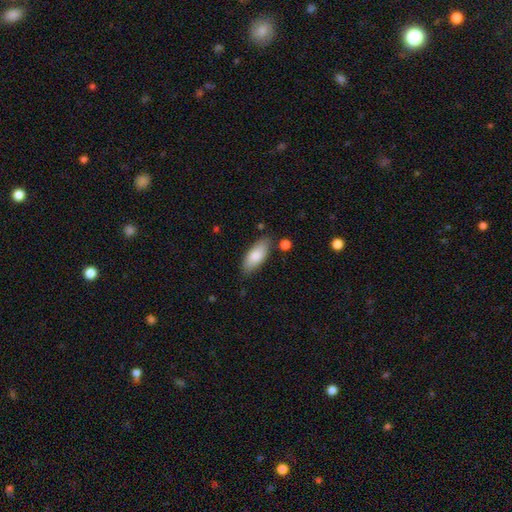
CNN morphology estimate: A smooth galaxy with no disk features (84%) that is in between round and cigar-shaped (81%).

Vote fractions:
- Smooth or featured? smooth: 84% / featured or disk: 11% / star or artifact: 6%
- How rounded? in between: 81% / cigar-shaped: 17% / round: 2%
- Merging? none: 80% / minor disturbance: 14% / merger: 3% / major disturbance: 3%